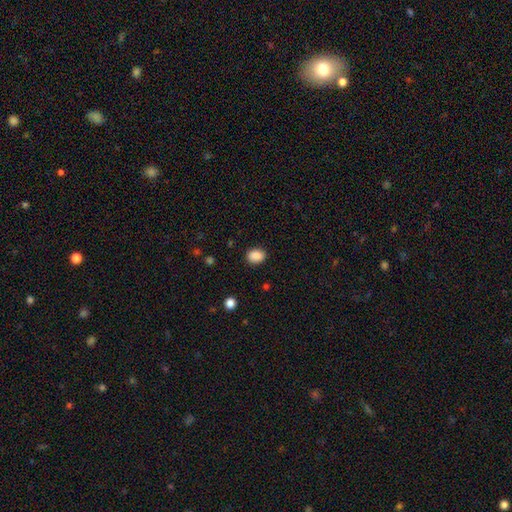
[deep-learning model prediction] Smooth or featured? Predicted: smooth (p=0.89). How rounded? Predicted: in between (p=0.61). Merging? Predicted: none (p=0.87).